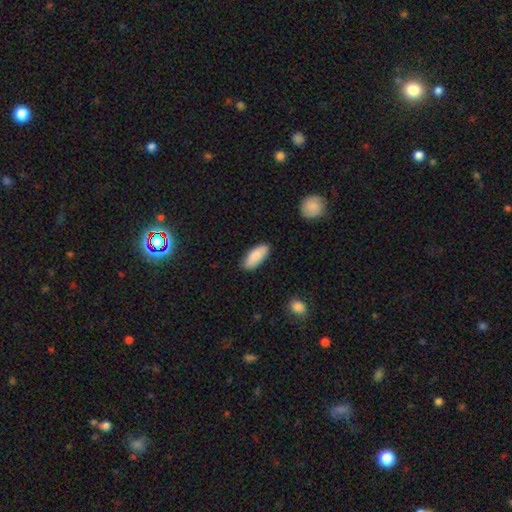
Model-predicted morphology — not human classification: The model was most divided on "how rounded": in between: 82%, cigar-shaped: 16%, round: 2%. More confident: merging — none (86%); smooth or featured — smooth (85%).